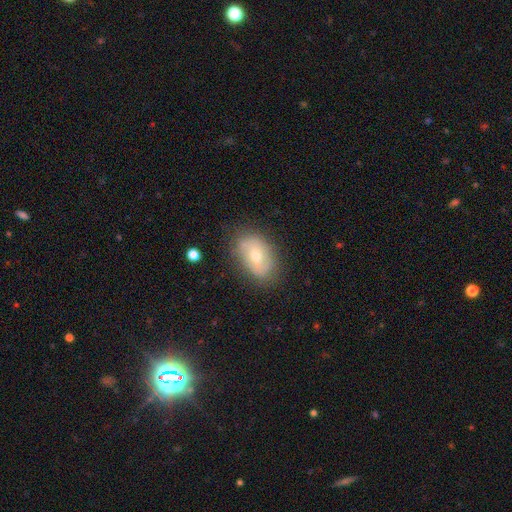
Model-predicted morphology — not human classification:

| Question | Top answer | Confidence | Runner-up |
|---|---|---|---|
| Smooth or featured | smooth | 52% | featured or disk (40%) |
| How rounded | in between | 86% | round (13%) |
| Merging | none | 76% | minor disturbance (17%) |